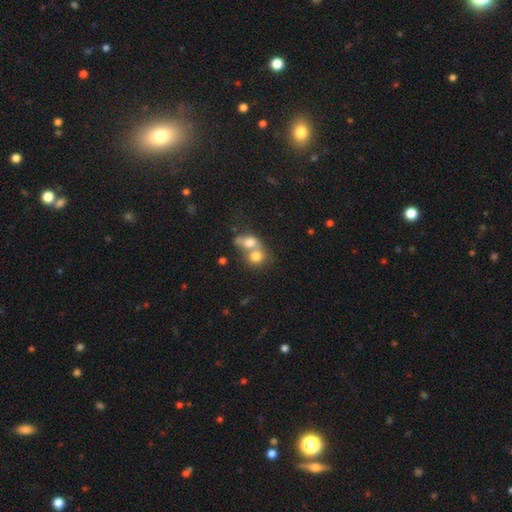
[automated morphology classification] smooth_or_featured: smooth (p=0.73) [alt: featured or disk p=0.18]
how_rounded: round (p=0.61) [alt: in between p=0.38]
merging: merger (p=0.73) [alt: none p=0.18]